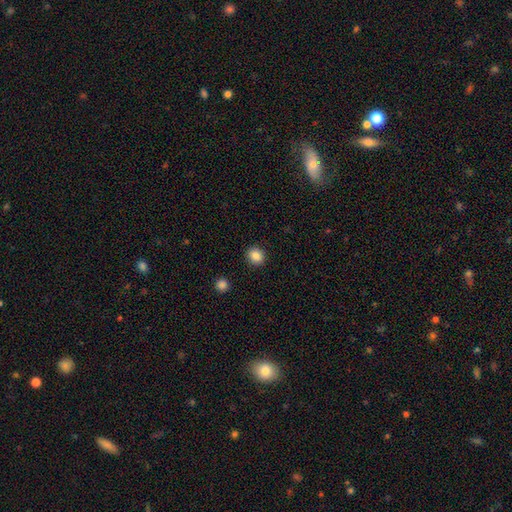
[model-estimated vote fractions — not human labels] Morphology: type=smooth (86%); roundness=round (78%); merging=none (91%).